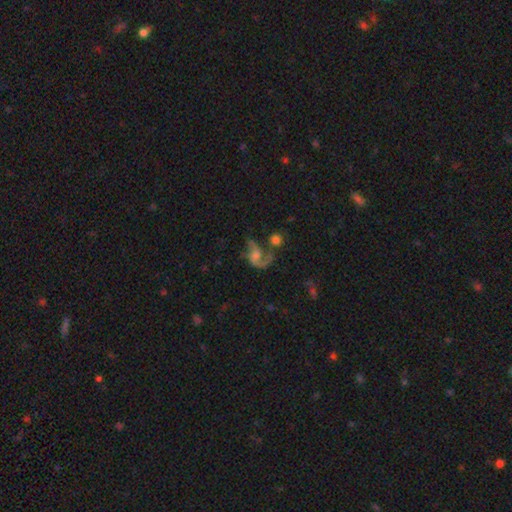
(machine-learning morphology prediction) smooth_or_featured: featured or disk (p=0.77) [alt: smooth p=0.13]
disk_edge_on: no (p=0.97) [alt: yes p=0.03]
bar: no (p=0.59) [alt: weak p=0.33]
has_spiral_arms: yes (p=0.91) [alt: no p=0.09]
spiral_winding: loose (p=0.61) [alt: medium p=0.32]
spiral_arm_count: 2 (p=0.77) [alt: 1 p=0.15]
bulge_size: moderate (p=0.40) [alt: small p=0.32]
merging: none (p=0.36) [alt: major disturbance p=0.27]